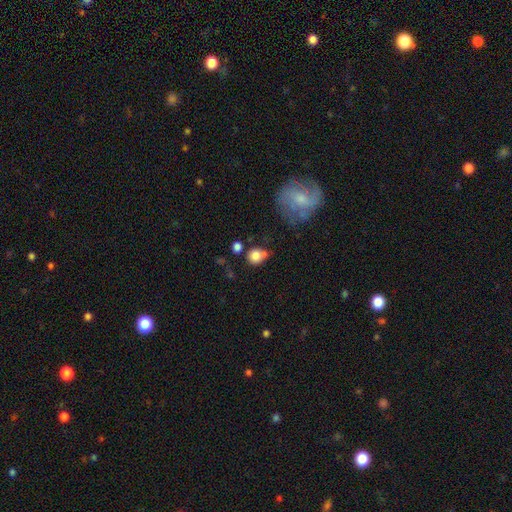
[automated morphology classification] This is clearly a smooth galaxy (80%). How rounded: likely round (75%). Merging: possibly none (53%).